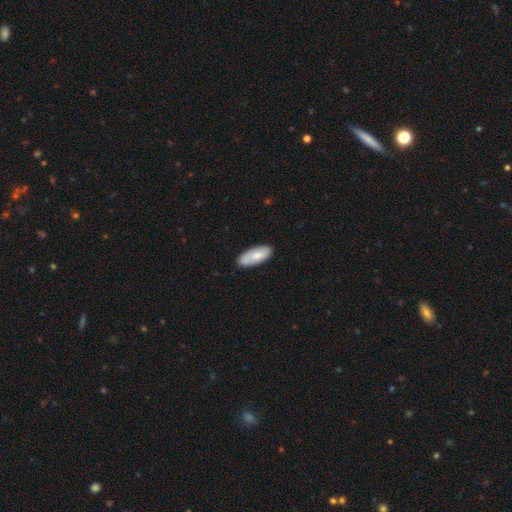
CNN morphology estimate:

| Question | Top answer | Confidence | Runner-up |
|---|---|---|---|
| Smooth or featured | smooth | 75% | featured or disk (20%) |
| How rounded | in between | 84% | cigar-shaped (14%) |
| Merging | none | 82% | minor disturbance (14%) |